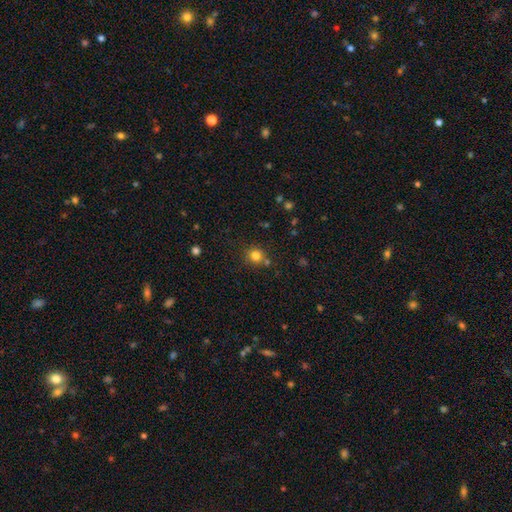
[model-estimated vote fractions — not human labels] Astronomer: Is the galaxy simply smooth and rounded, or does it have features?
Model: smooth — 79%.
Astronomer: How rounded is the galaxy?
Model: round — 90%.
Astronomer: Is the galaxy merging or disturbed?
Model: none — 77%.